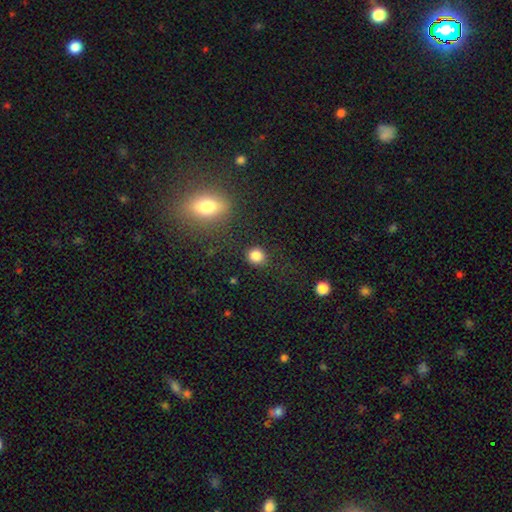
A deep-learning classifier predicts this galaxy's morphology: Overall: smooth (84%). How rounded: round (83%). Merging: none (87%).